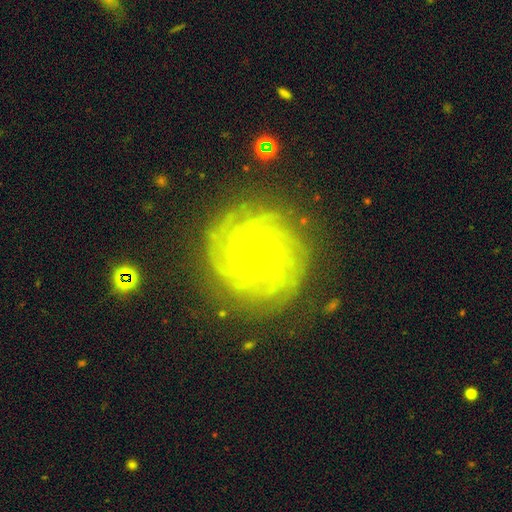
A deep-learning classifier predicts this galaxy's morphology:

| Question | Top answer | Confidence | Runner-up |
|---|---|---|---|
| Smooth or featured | featured or disk | 90% | star or artifact (6%) |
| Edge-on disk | no | 98% | yes (2%) |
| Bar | no | 80% | weak (14%) |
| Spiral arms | yes | 99% | no (1%) |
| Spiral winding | tight | 87% | medium (12%) |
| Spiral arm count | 4 | 26% | more than 4 (23%) |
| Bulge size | small | 86% | moderate (10%) |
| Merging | none | 82% | minor disturbance (12%) |